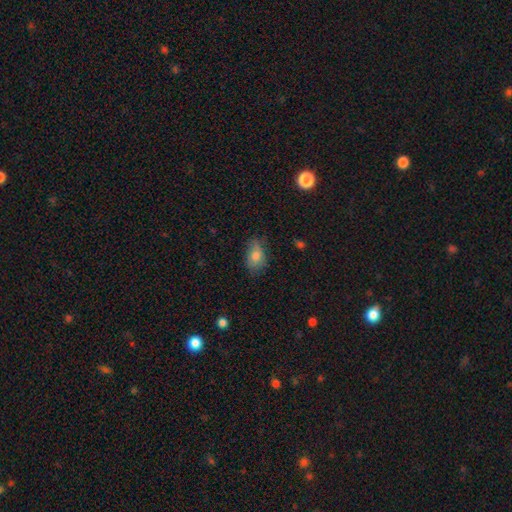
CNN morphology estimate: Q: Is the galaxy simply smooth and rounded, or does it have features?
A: smooth — 74%.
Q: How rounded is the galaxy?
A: in between — 83%.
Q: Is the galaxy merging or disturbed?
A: none — 67%.